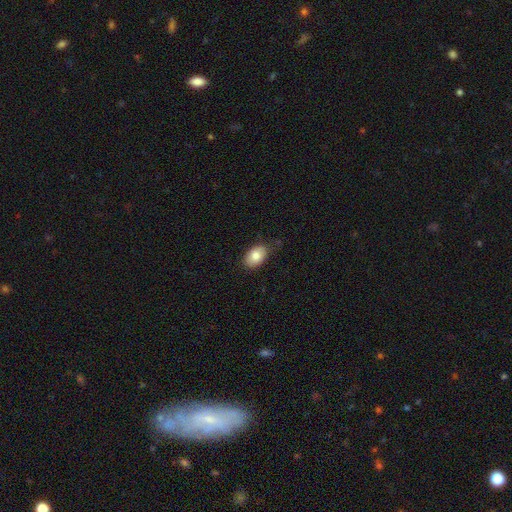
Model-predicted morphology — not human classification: Smooth or featured? Predicted: smooth (p=0.82). How rounded? Predicted: in between (p=0.88). Merging? Predicted: none (p=0.79).